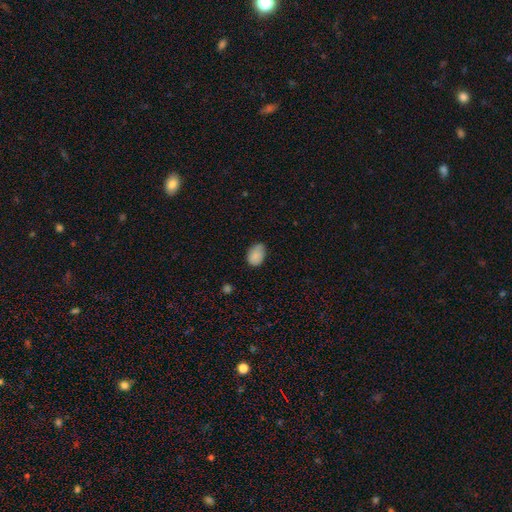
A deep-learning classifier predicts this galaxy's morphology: Overall: smooth (87%). How rounded: in between (79%). Merging: none (64%; minor disturbance 30%).